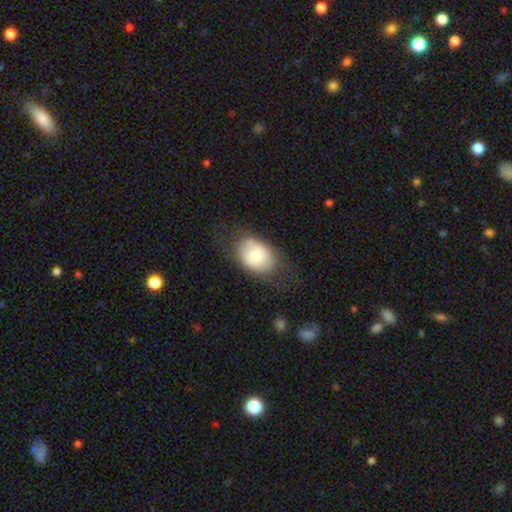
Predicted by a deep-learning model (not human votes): Smooth or featured? smooth (71%)
How rounded? in between (74%)
Merging? none (59%)